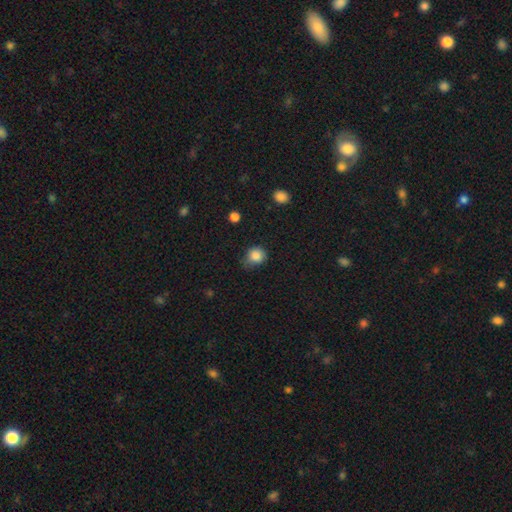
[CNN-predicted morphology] smooth-or-featured: smooth: 85% | star or artifact: 10% | featured or disk: 5%
  how-rounded: round: 81% | in between: 18% | cigar-shaped: 1%
  merging: none: 61% | minor disturbance: 30% | major disturbance: 7% | merger: 2%